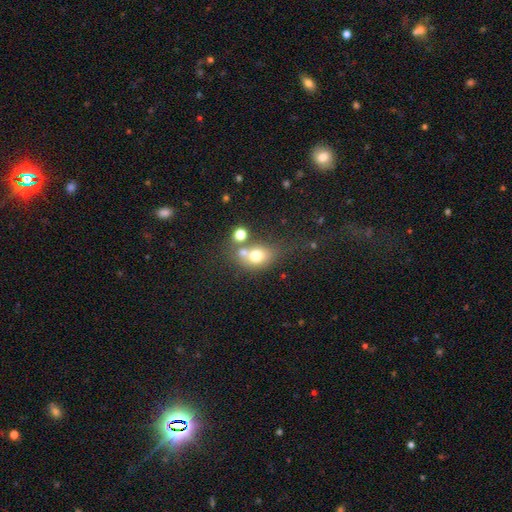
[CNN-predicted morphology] Q: Smooth or featured?
A: smooth (68%); runner-up: featured or disk (19%)
Q: How rounded?
A: round (50%); runner-up: in between (48%)
Q: Merging?
A: none (41%); runner-up: merger (39%)